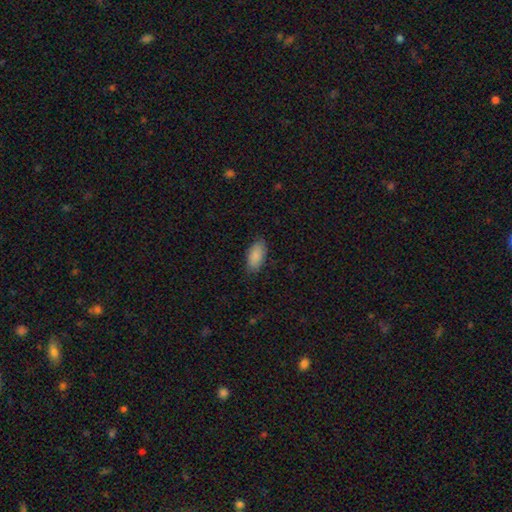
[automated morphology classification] Smooth or featured? smooth (89%)
How rounded? in between (92%)
Merging? none (84%)